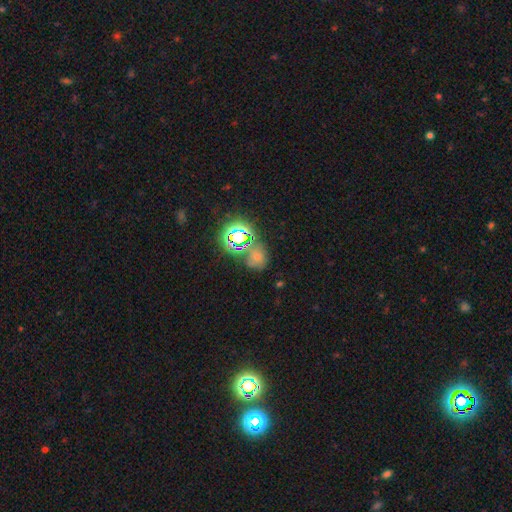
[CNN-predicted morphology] smooth 49%, star or artifact 41%, featured or disk 11%. Down the decision tree: merging — none (56%).